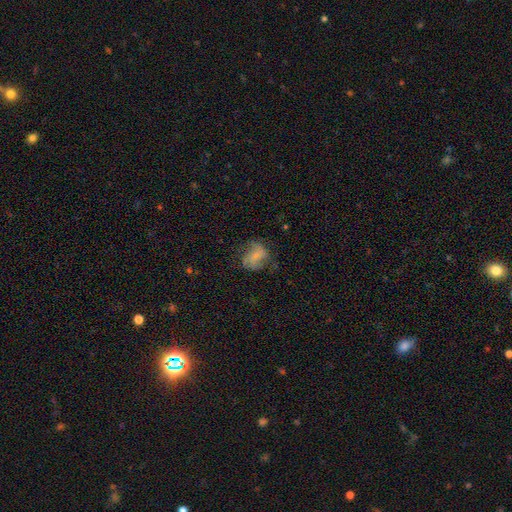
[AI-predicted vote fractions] This appears to be a featured or disk galaxy (48%). Merging: none (53%).